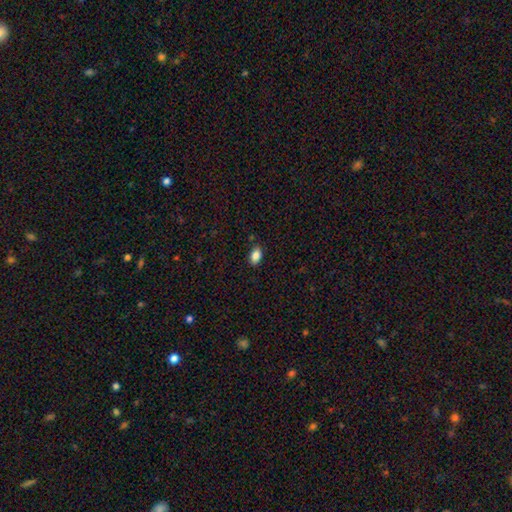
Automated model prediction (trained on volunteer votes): Smooth or featured? smooth (86%)
How rounded? in between (90%)
Merging? none (86%)